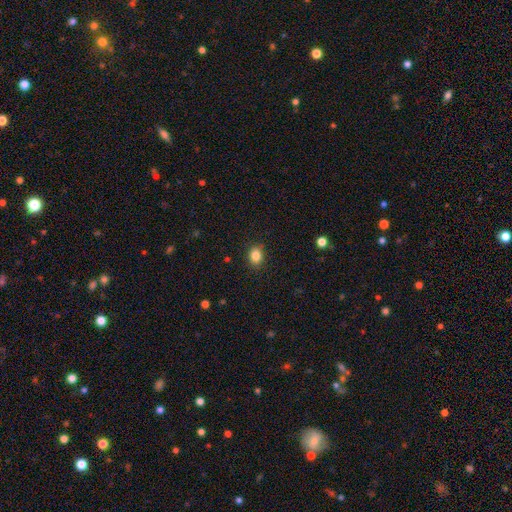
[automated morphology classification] Smooth or featured: smooth — 85% (star or artifact — 10%)
How rounded: in between — 52% (round — 46%)
Merging: none — 87% (minor disturbance — 9%)